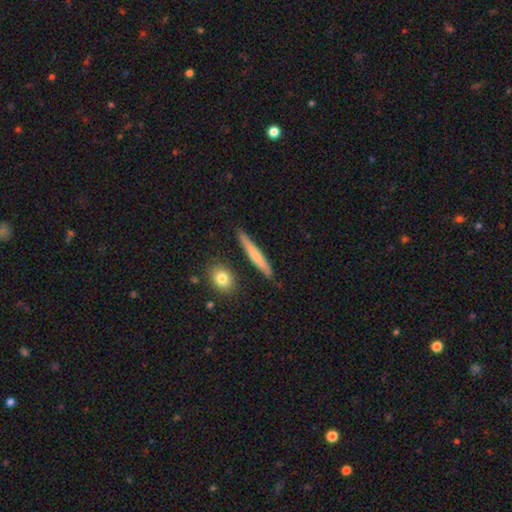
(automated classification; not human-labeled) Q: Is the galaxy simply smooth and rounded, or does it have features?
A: smooth — 62%.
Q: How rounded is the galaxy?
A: cigar-shaped — 94%.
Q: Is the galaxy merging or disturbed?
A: none — 86%.